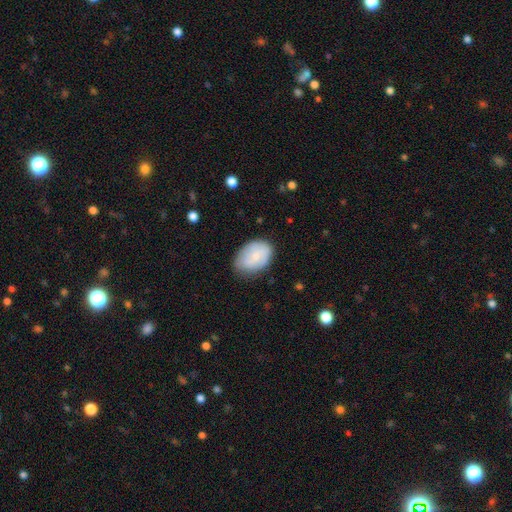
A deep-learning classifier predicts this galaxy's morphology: Smooth or featured: smooth — 68% (featured or disk — 25%)
How rounded: in between — 81% (round — 18%)
Merging: none — 70% (minor disturbance — 23%)